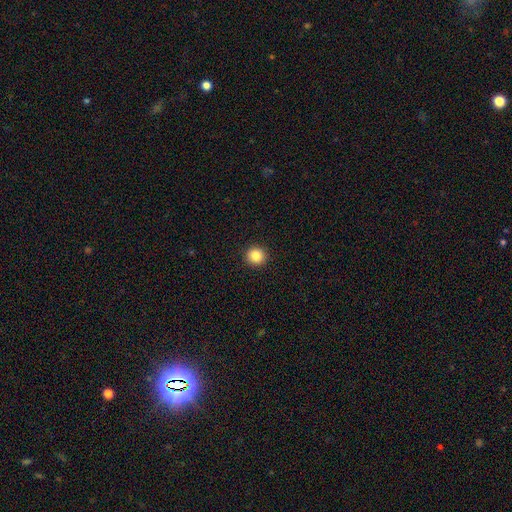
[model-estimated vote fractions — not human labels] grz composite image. It shows a smooth galaxy with no disk features (86%) that is round (92%). Merging: none (93%).